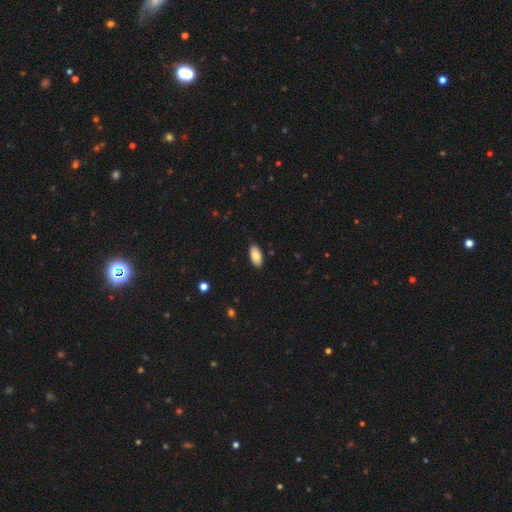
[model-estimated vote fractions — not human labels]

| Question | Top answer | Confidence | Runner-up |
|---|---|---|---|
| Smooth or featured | smooth | 85% | featured or disk (9%) |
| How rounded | in between | 94% | cigar-shaped (4%) |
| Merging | none | 89% | minor disturbance (9%) |